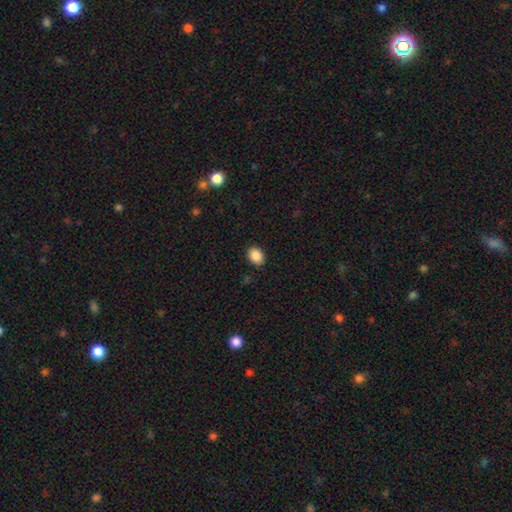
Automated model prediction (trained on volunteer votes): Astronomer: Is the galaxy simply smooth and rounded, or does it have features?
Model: smooth — 89%.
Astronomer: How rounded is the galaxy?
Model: in between — 65%.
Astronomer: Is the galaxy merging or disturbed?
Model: none — 88%.